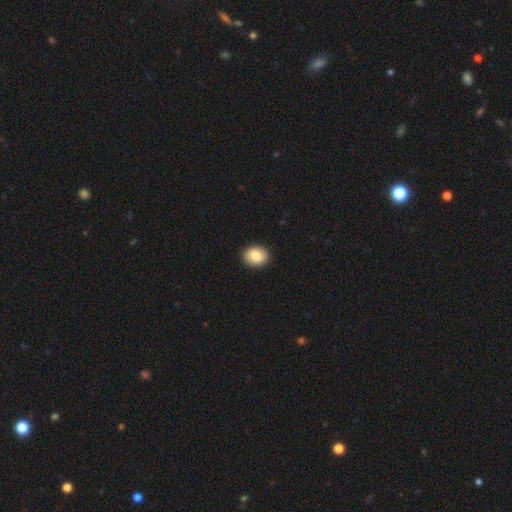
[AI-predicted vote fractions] This is clearly a smooth galaxy (81%). How rounded: possibly round (56%). Merging: clearly none (91%).